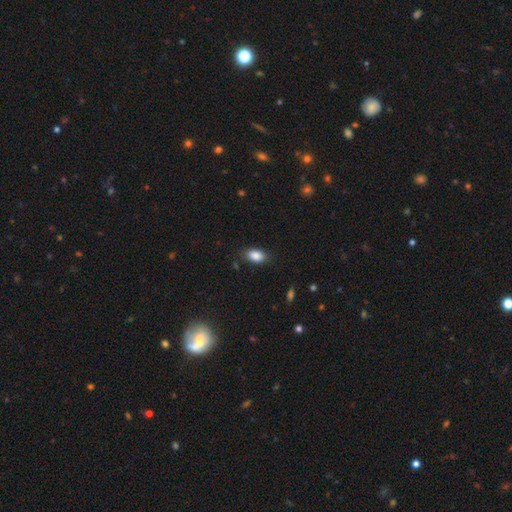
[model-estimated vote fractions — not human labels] A smooth galaxy with no disk features (87%) that is in between round and cigar-shaped (88%).

Vote fractions:
- Smooth or featured? smooth: 87% / star or artifact: 8% / featured or disk: 4%
- How rounded? in between: 88% / round: 10% / cigar-shaped: 2%
- Merging? none: 81% / minor disturbance: 15% / major disturbance: 3% / merger: 1%